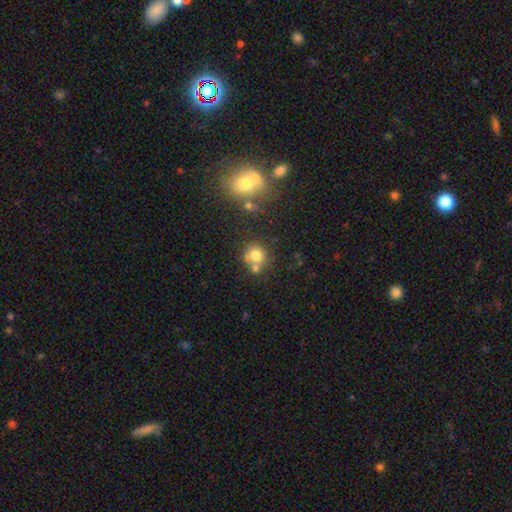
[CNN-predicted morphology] A smooth galaxy with no disk features (75%) that is round (86%).

Vote fractions:
- Smooth or featured? smooth: 75% / star or artifact: 13% / featured or disk: 12%
- How rounded? round: 86% / in between: 13% / cigar-shaped: 1%
- Merging? none: 56% / merger: 28% / minor disturbance: 11% / major disturbance: 5%